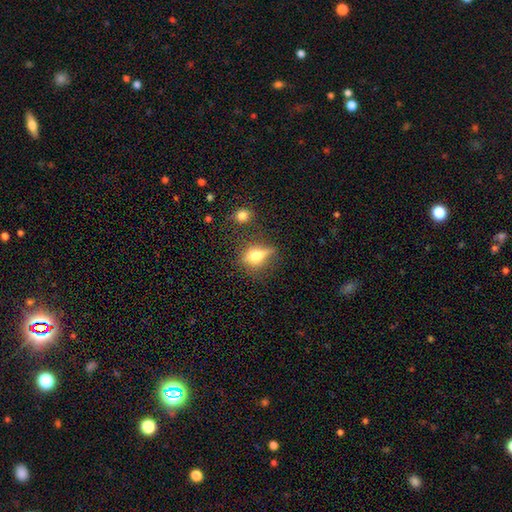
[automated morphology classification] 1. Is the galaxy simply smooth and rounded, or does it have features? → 60% smooth, 28% featured or disk, 13% star or artifact.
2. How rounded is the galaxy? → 60% in between, 26% round, 14% cigar-shaped.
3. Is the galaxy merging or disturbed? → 47% none, 25% minor disturbance, 19% major disturbance, 9% merger.